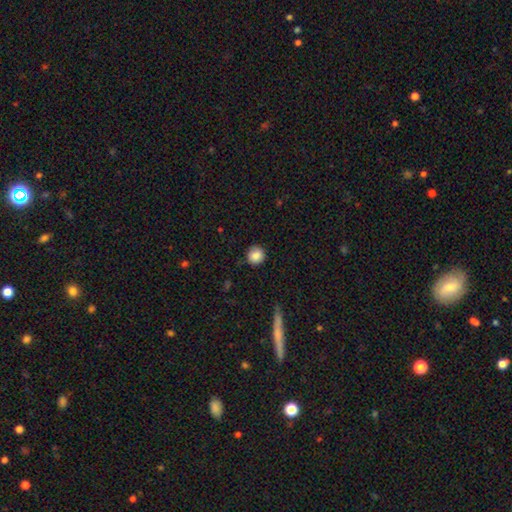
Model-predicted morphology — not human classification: smooth 86%, star or artifact 9%, featured or disk 5%. Down the decision tree: how rounded — round (92%); merging — none (86%).